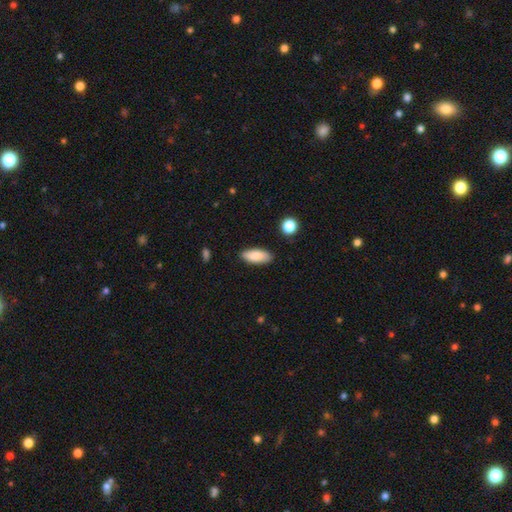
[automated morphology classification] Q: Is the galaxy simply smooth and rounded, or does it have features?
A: smooth — 86%.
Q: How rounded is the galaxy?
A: in between — 82%.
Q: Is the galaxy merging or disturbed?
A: none — 86%.